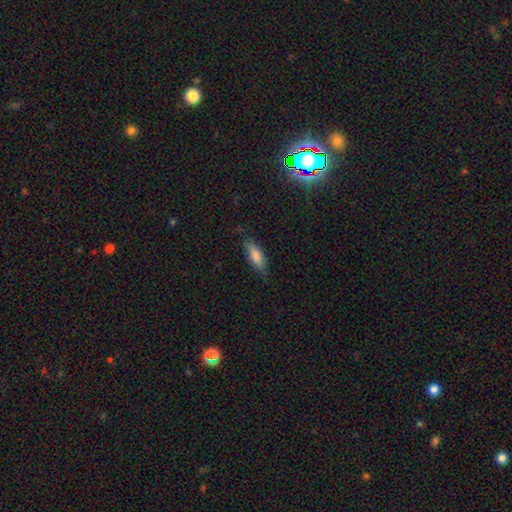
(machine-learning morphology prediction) Smooth or featured?
  - smooth: 72% *
  - featured or disk: 19%
  - star or artifact: 9%
How rounded?
  - in between: 56% *
  - cigar-shaped: 42%
  - round: 2%
Merging?
  - none: 75% *
  - minor disturbance: 19%
  - major disturbance: 4%
  - merger: 1%